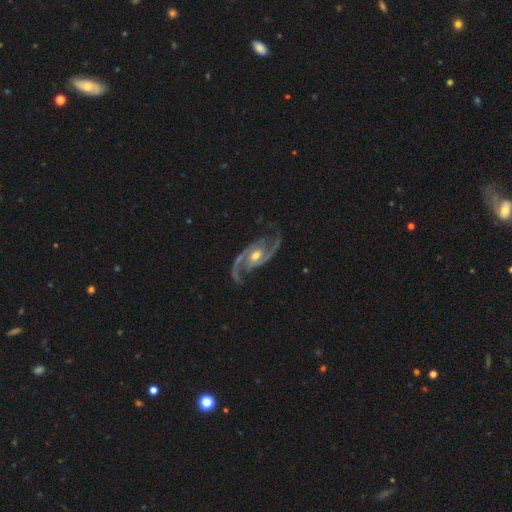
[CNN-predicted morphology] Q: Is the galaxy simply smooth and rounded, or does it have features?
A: featured or disk — 94%.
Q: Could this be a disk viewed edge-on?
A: no — 97%.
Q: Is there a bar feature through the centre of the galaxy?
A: no — 42%.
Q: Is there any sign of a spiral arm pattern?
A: yes — 99%.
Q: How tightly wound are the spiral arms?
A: medium — 59%.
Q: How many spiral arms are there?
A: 2 — 92%.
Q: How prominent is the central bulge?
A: moderate — 74%.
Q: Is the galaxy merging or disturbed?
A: none — 79%.